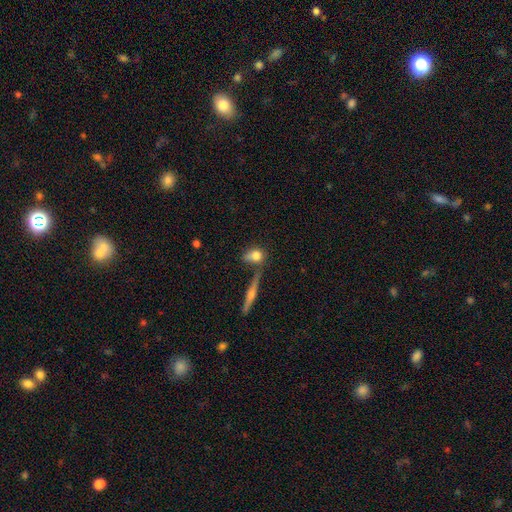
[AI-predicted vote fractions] Smooth or featured?
  - smooth: 75% *
  - featured or disk: 16%
  - star or artifact: 9%
How rounded?
  - round: 48% *
  - in between: 44%
  - cigar-shaped: 9%
Merging?
  - none: 56% *
  - merger: 20%
  - minor disturbance: 17%
  - major disturbance: 7%